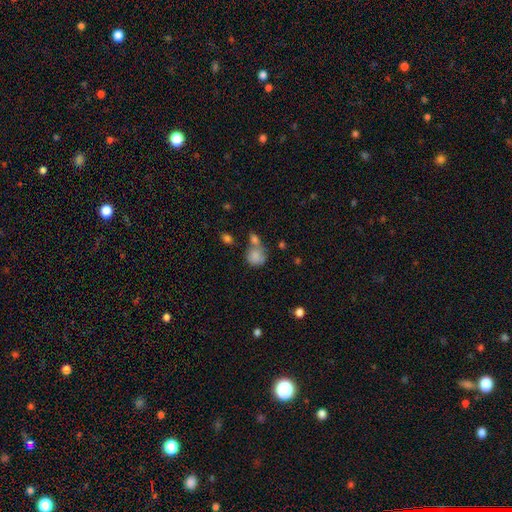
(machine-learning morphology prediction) smooth-or-featured: smooth: 80% | featured or disk: 12% | star or artifact: 9%
  how-rounded: round: 73% | in between: 26% | cigar-shaped: 1%
  merging: merger: 39% | none: 37% | minor disturbance: 16% | major disturbance: 8%